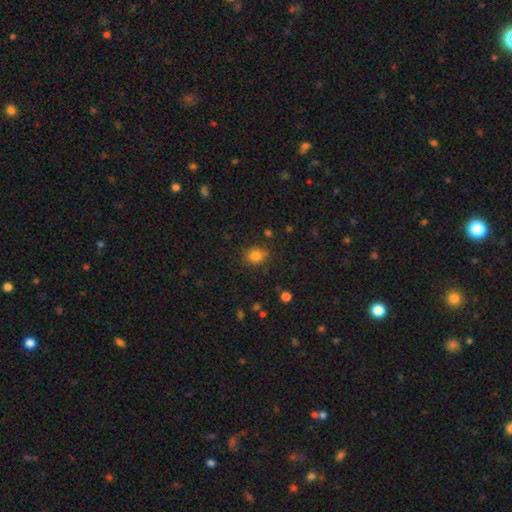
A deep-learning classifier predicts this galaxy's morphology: smooth-or-featured: smooth: 83% | star or artifact: 12% | featured or disk: 5%
  how-rounded: round: 65% | in between: 34% | cigar-shaped: 1%
  merging: none: 80% | minor disturbance: 14% | major disturbance: 4% | merger: 2%